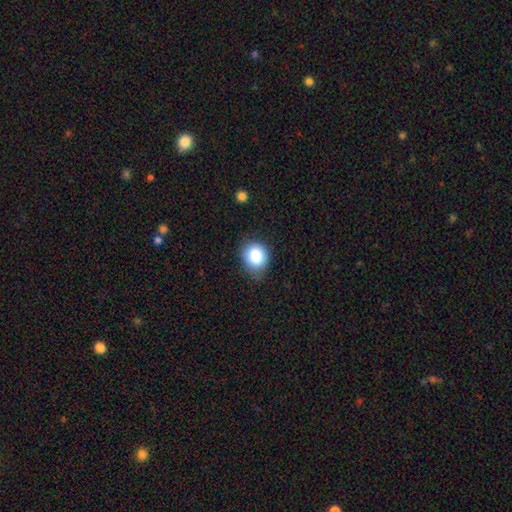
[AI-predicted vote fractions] Smooth or featured? smooth (83%)
How rounded? round (65%)
Merging? none (73%)